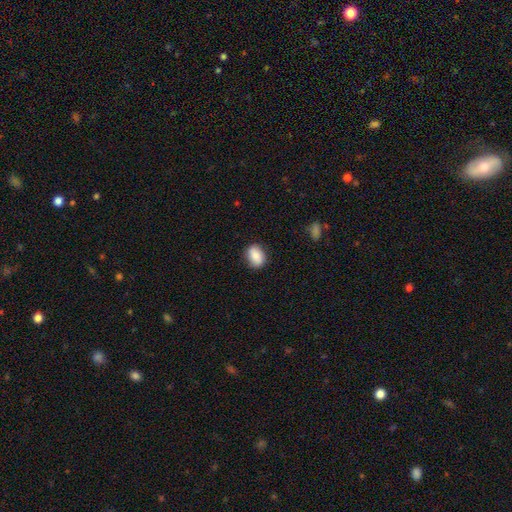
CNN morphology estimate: This is clearly a smooth galaxy (85%). How rounded: likely in between (73%). Merging: clearly none (85%).